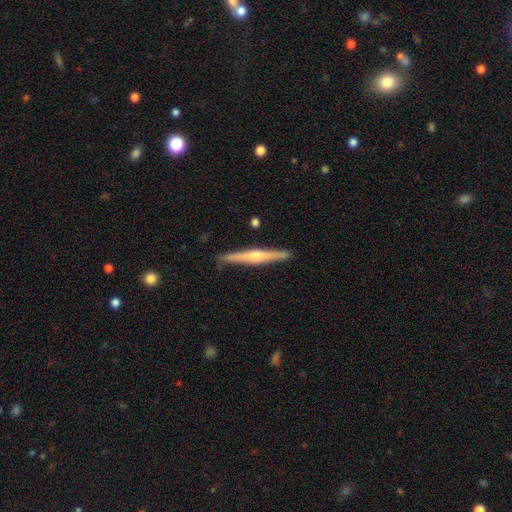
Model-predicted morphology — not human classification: type=featured or disk (68%); edge-on=yes (98%); edge-on bulge=rounded (80%); merging=none (91%).